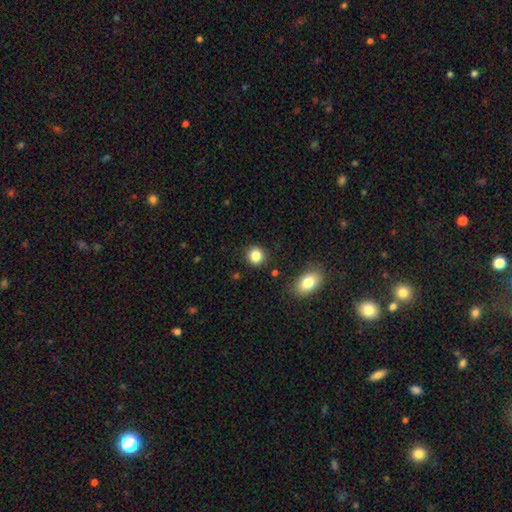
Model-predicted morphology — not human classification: The model was most divided on "how rounded": round: 82%, in between: 17%, cigar-shaped: 1%. More confident: merging — none (88%); smooth or featured — smooth (84%).